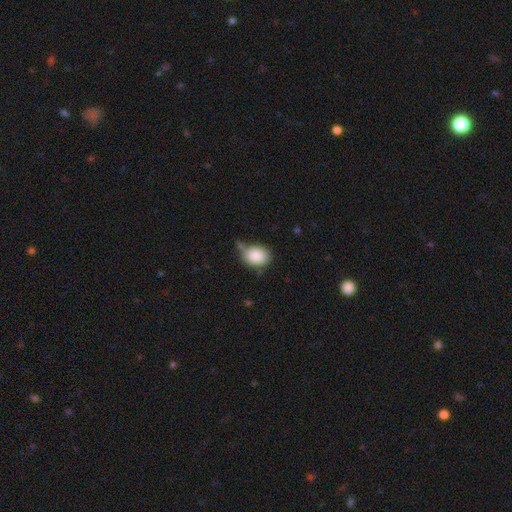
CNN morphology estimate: type=smooth (86%); roundness=in between (56%); merging=none (55%).